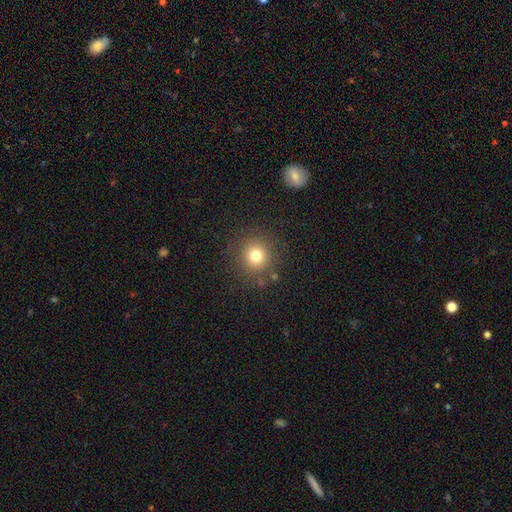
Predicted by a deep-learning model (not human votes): Morphology: type=smooth (77%); roundness=round (93%); merging=none (87%).